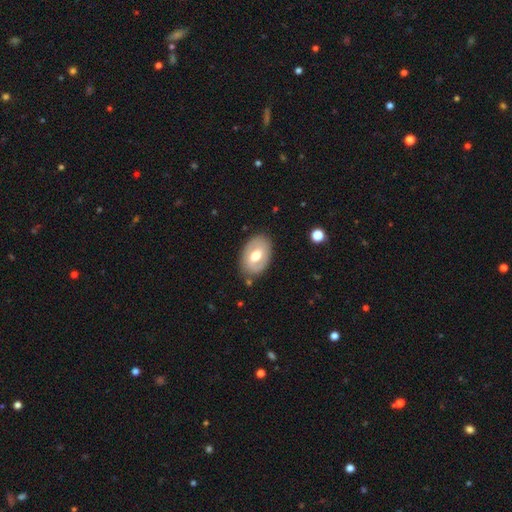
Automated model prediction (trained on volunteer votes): A featured or disk galaxy (50%). Merging: none (79%).